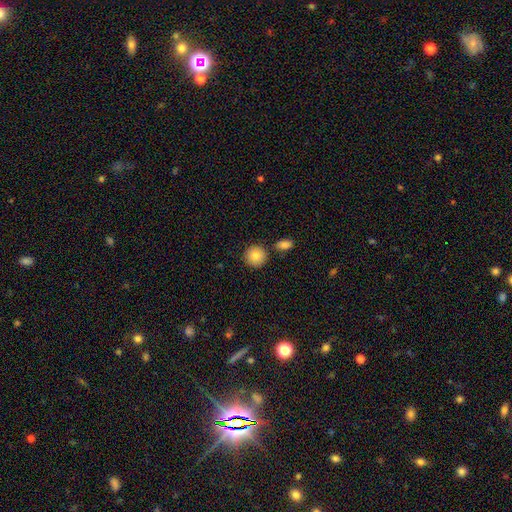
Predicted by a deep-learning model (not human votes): smooth 85%, star or artifact 8%, featured or disk 7%. Down the decision tree: how rounded — round (92%); merging — none (81%).